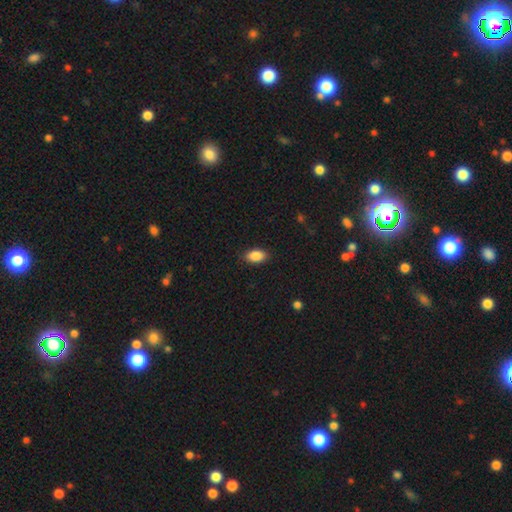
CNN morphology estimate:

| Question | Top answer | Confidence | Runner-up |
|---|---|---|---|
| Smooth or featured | smooth | 89% | star or artifact (7%) |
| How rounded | in between | 92% | round (5%) |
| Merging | none | 88% | minor disturbance (9%) |